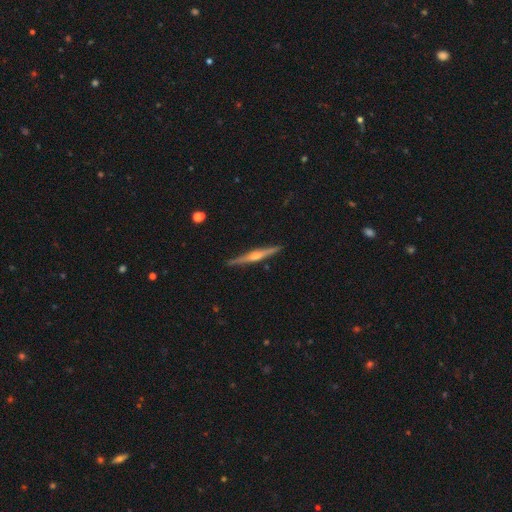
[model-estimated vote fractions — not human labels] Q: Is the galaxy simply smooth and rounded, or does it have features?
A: featured or disk — 79%.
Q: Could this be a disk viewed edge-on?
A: yes — 98%.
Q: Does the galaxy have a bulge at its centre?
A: rounded — 86%.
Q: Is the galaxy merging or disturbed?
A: none — 90%.